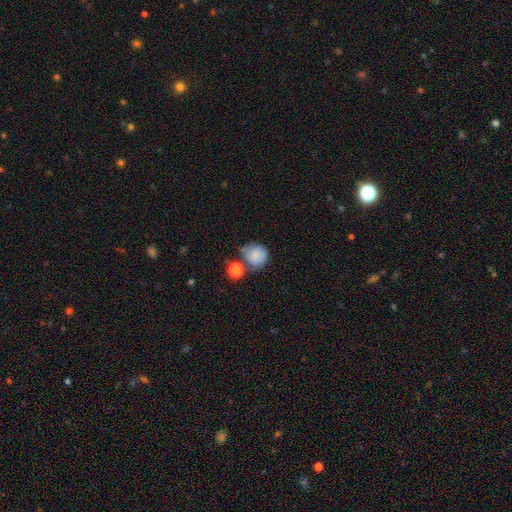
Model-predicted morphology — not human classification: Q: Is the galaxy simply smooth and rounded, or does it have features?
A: smooth — 79%.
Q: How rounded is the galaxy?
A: round — 84%.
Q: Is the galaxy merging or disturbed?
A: none — 48%.